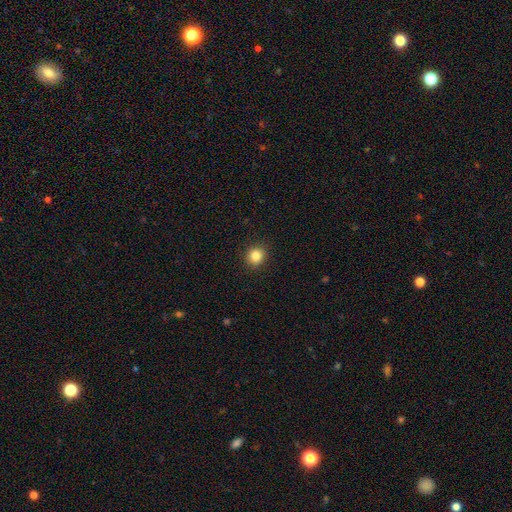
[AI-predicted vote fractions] Smooth or featured? Predicted: smooth (p=0.84). How rounded? Predicted: round (p=0.83). Merging? Predicted: none (p=0.91).